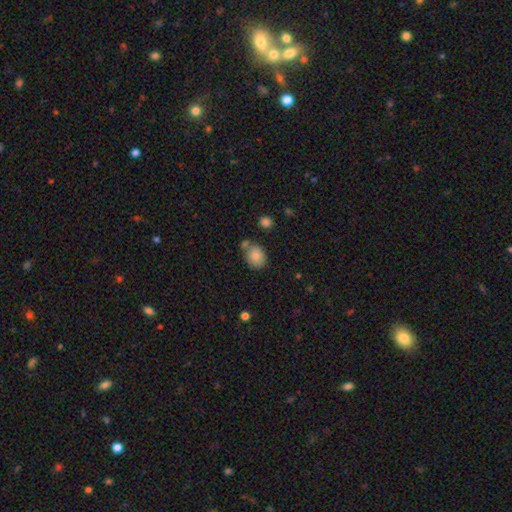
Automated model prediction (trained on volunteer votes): Smooth or featured? Predicted: smooth (p=0.83). How rounded? Predicted: in between (p=0.56). Merging? Predicted: none (p=0.64).